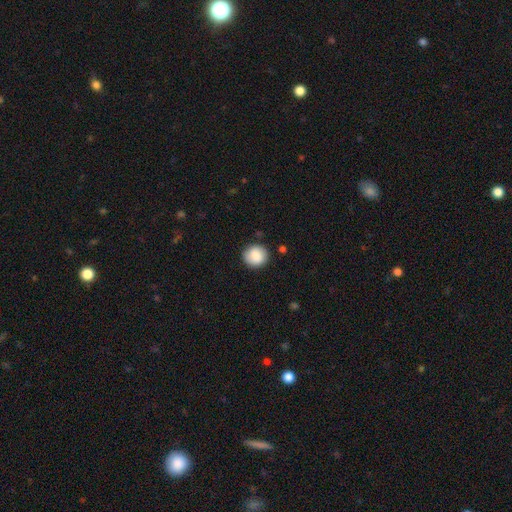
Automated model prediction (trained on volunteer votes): smooth_or_featured: smooth (p=0.84) [alt: featured or disk p=0.08]
how_rounded: round (p=0.86) [alt: in between p=0.13]
merging: none (p=0.85) [alt: minor disturbance p=0.11]